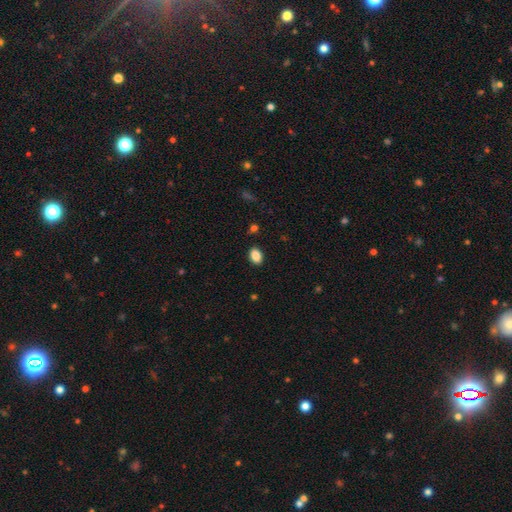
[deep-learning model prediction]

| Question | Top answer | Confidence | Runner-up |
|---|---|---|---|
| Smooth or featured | smooth | 88% | star or artifact (8%) |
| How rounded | in between | 84% | round (14%) |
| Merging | none | 88% | minor disturbance (8%) |